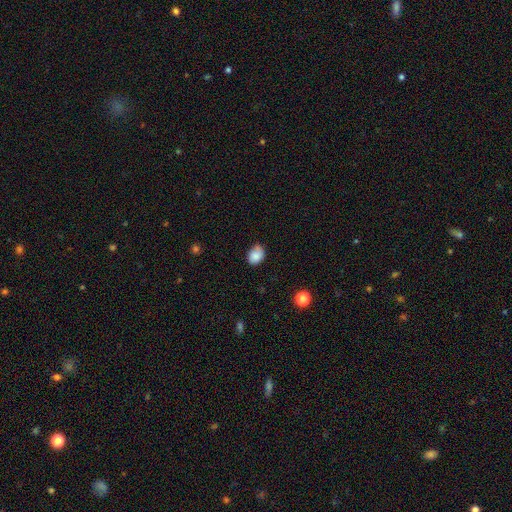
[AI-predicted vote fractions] A smooth galaxy with no disk features (85%) that is in between round and cigar-shaped (65%). Merging: none (67%).